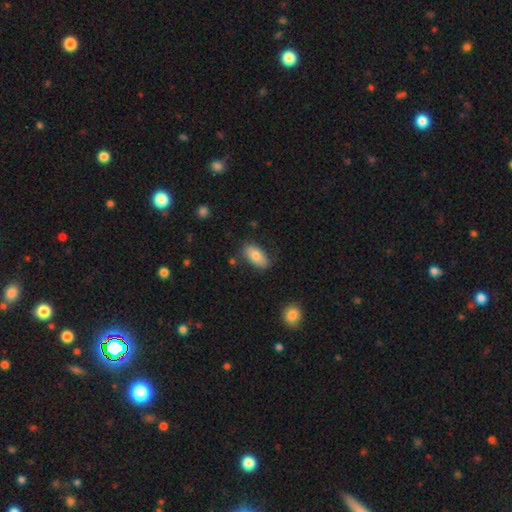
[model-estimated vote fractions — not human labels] smooth_or_featured: smooth (p=0.77) [alt: featured or disk p=0.16]
how_rounded: in between (p=0.92) [alt: cigar-shaped p=0.04]
merging: none (p=0.77) [alt: minor disturbance p=0.17]